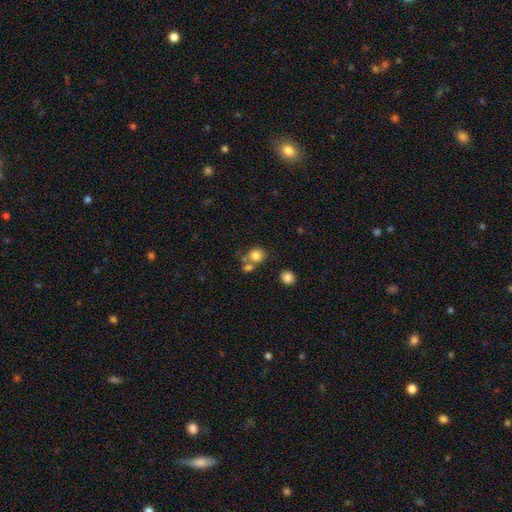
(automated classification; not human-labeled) A smooth galaxy with no disk features (81%) that is round (80%).

Vote fractions:
- Smooth or featured? smooth: 81% / star or artifact: 12% / featured or disk: 8%
- How rounded? round: 80% / in between: 19% / cigar-shaped: 1%
- Merging? none: 55% / merger: 30% / minor disturbance: 11% / major disturbance: 5%